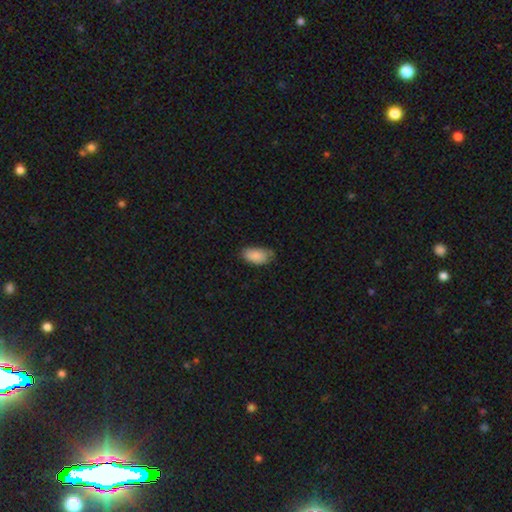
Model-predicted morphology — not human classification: This is clearly a smooth galaxy (87%). How rounded: clearly in between (94%). Merging: likely none (62%).